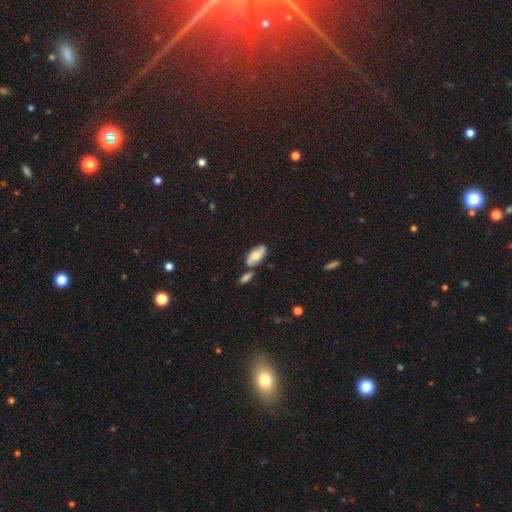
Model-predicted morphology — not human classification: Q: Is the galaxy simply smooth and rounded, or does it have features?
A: smooth — 65%.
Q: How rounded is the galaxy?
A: in between — 89%.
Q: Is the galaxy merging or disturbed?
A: none — 57%.